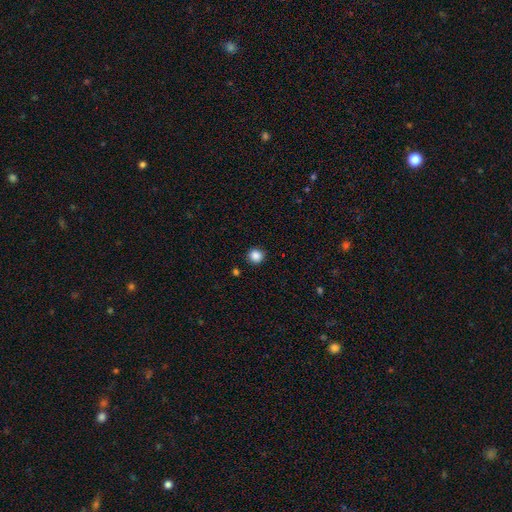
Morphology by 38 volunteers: Smooth or featured: smooth — 89% (star or artifact — 8%)
How rounded: round — 97% (in between — 3%)
Merging: none — 94% (minor disturbance — 6%)